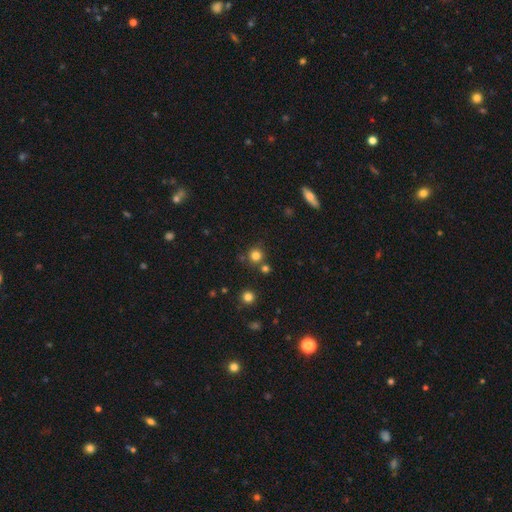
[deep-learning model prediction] smooth_or_featured: smooth (p=0.79) [alt: star or artifact p=0.15]
how_rounded: round (p=0.93) [alt: in between p=0.06]
merging: none (p=0.77) [alt: merger p=0.12]